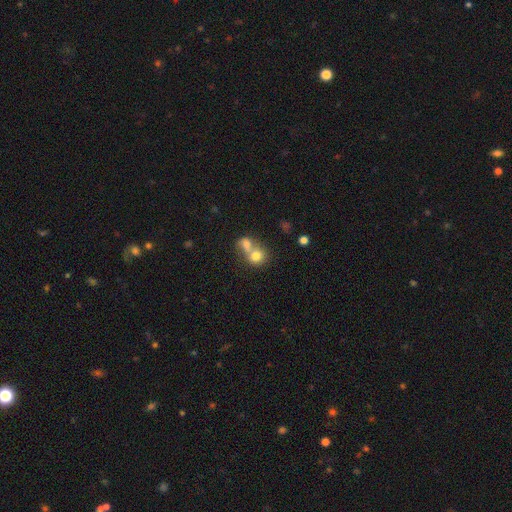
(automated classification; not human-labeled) Morphology: type=smooth (74%); roundness=round (73%); merging=merger (68%).